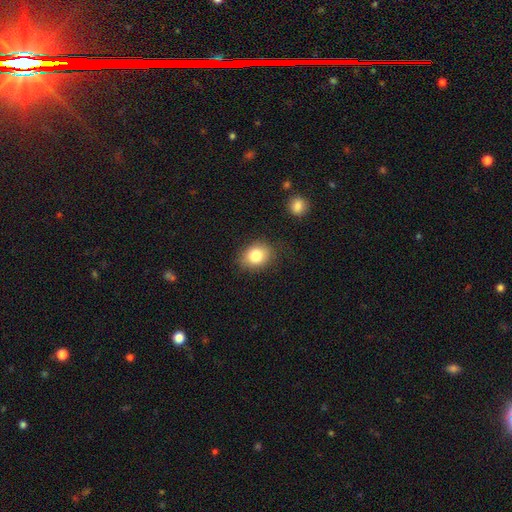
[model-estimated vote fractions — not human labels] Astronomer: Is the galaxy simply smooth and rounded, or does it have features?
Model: smooth — 83%.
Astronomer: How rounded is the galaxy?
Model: in between — 52% (runner-up: round, 47%).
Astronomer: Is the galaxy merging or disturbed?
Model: none — 80%.